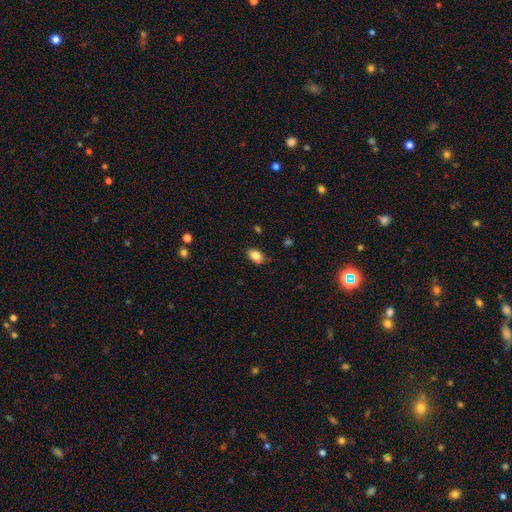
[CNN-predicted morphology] A smooth galaxy with no disk features (84%) that is in between round and cigar-shaped (80%). Merging: none (84%).